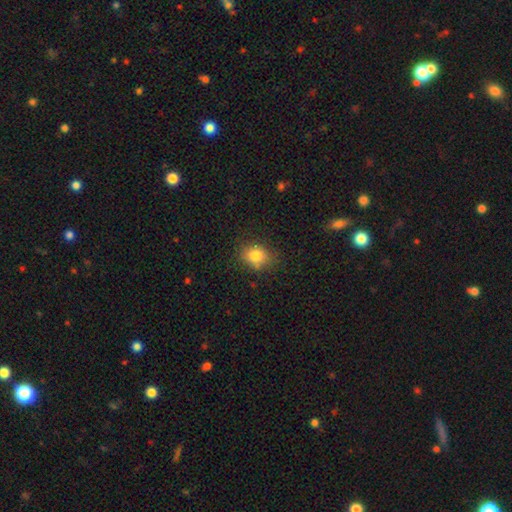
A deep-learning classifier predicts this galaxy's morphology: Smooth or featured? smooth (81%)
How rounded? round (51%)
Merging? none (76%)